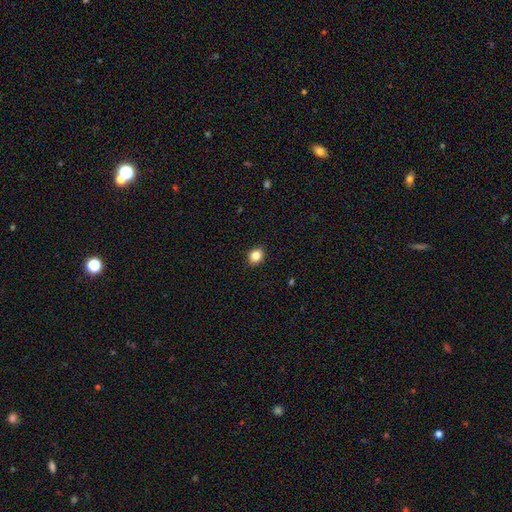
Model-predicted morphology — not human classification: type=smooth (84%); roundness=round (61%); merging=none (90%).